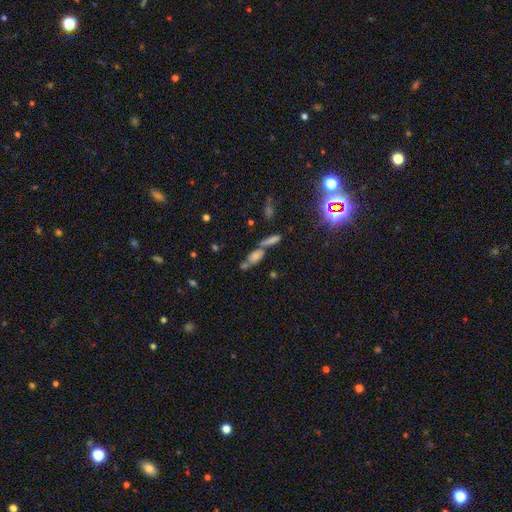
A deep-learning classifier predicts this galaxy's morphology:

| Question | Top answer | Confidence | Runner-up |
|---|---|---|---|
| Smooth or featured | smooth | 38% | star or artifact (32%) |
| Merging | merger | 41% | none (39%) |